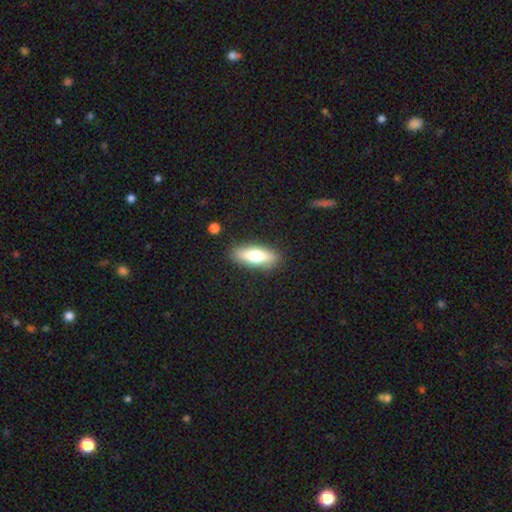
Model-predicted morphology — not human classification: Q: Smooth or featured?
A: smooth (68%); runner-up: featured or disk (26%)
Q: How rounded?
A: in between (59%); runner-up: cigar-shaped (38%)
Q: Merging?
A: none (87%); runner-up: minor disturbance (9%)